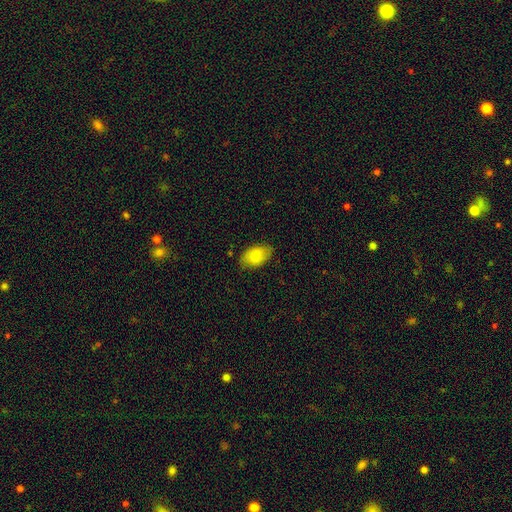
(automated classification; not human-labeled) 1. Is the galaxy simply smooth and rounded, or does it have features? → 79% smooth, 14% featured or disk, 7% star or artifact.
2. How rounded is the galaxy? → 92% in between, 7% round, 1% cigar-shaped.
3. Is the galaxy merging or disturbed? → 81% none, 15% minor disturbance, 3% major disturbance, 1% merger.